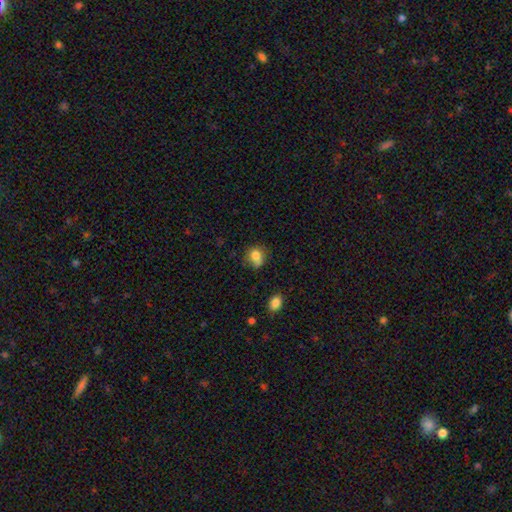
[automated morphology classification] smooth 78%, featured or disk 11%, star or artifact 11%. Down the decision tree: how rounded — round (67%); merging — none (54%).